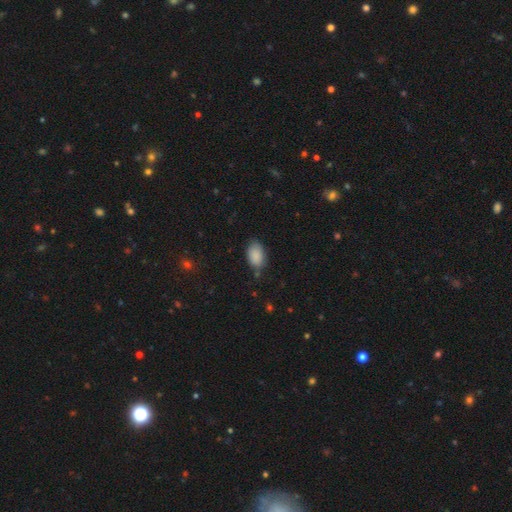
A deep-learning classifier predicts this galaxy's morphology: Smooth or featured? smooth (89%)
How rounded? in between (92%)
Merging? none (71%)